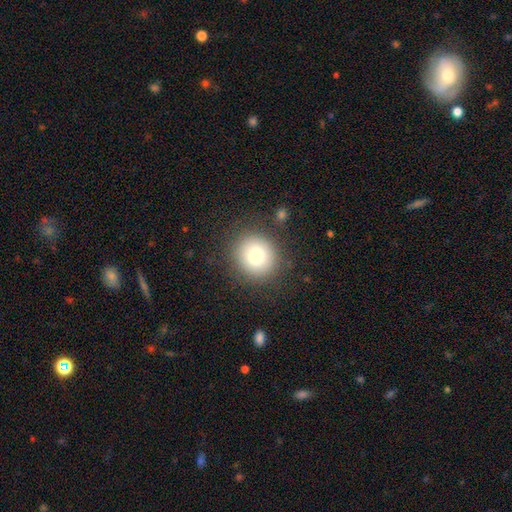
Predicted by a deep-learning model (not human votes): Smooth or featured?
  - smooth: 80% *
  - star or artifact: 10%
  - featured or disk: 10%
How rounded?
  - round: 87% *
  - in between: 12%
  - cigar-shaped: 1%
Merging?
  - none: 87% *
  - minor disturbance: 8%
  - major disturbance: 3%
  - merger: 2%